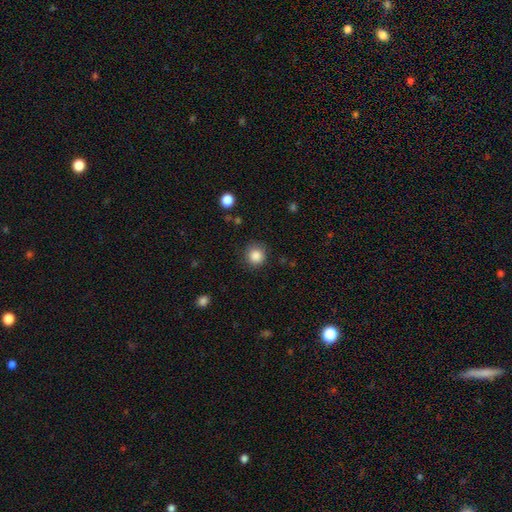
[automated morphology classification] Smooth or featured? Predicted: smooth (p=0.86). How rounded? Predicted: round (p=0.92). Merging? Predicted: none (p=0.84).